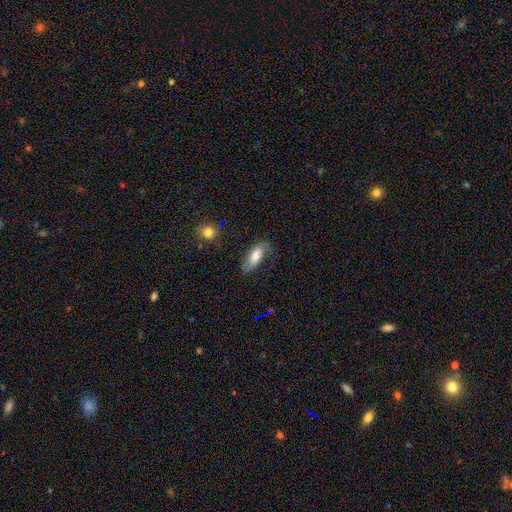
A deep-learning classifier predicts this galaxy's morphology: This is possibly a smooth galaxy (55%). How rounded: clearly in between (83%). Merging: possibly none (57%).